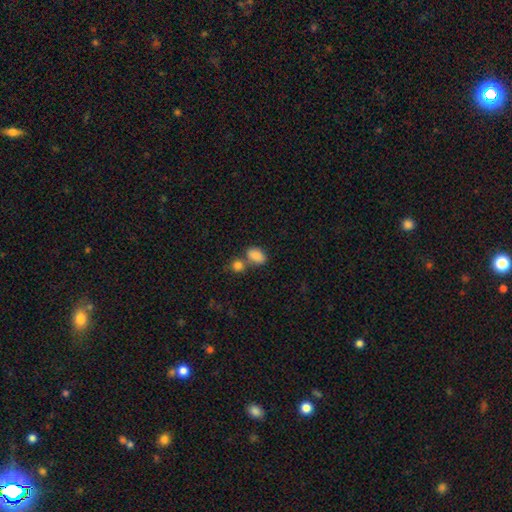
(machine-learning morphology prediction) smooth-or-featured: smooth: 86% | star or artifact: 9% | featured or disk: 5%
  how-rounded: in between: 83% | round: 15% | cigar-shaped: 2%
  merging: none: 50% | merger: 33% | minor disturbance: 12% | major disturbance: 4%